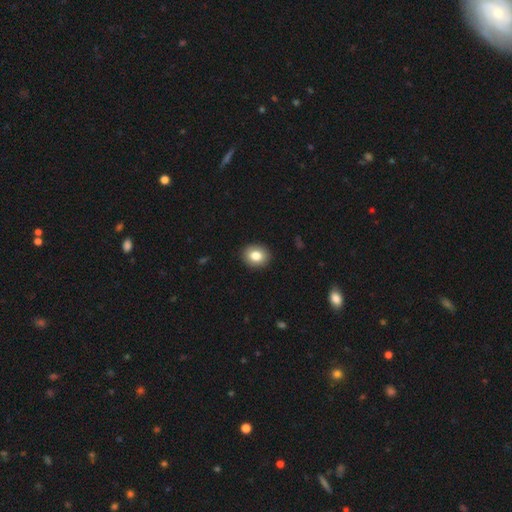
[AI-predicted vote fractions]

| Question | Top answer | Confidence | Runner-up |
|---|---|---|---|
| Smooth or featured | smooth | 82% | featured or disk (9%) |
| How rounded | round | 61% | in between (38%) |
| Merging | none | 92% | minor disturbance (6%) |